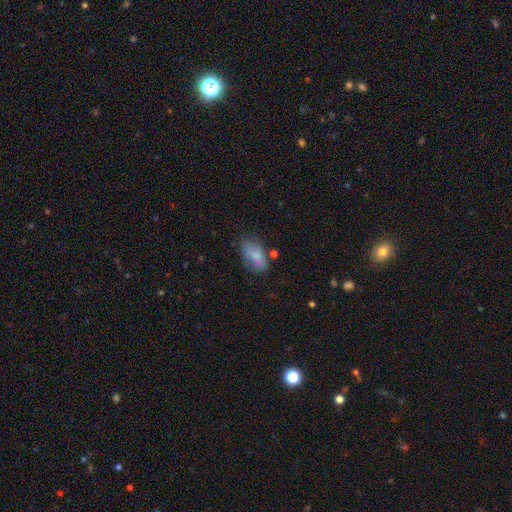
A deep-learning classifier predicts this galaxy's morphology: type=smooth (69%); roundness=in between (91%); merging=none (51%).